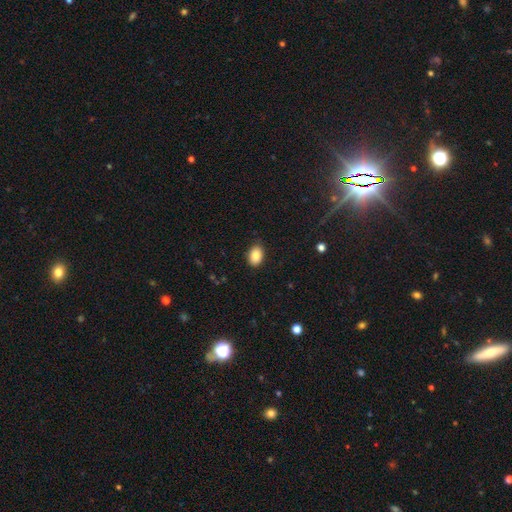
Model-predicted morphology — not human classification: smooth-or-featured: smooth: 87% | star or artifact: 8% | featured or disk: 5%
  how-rounded: in between: 86% | round: 13% | cigar-shaped: 1%
  merging: none: 87% | minor disturbance: 10% | major disturbance: 2% | merger: 1%